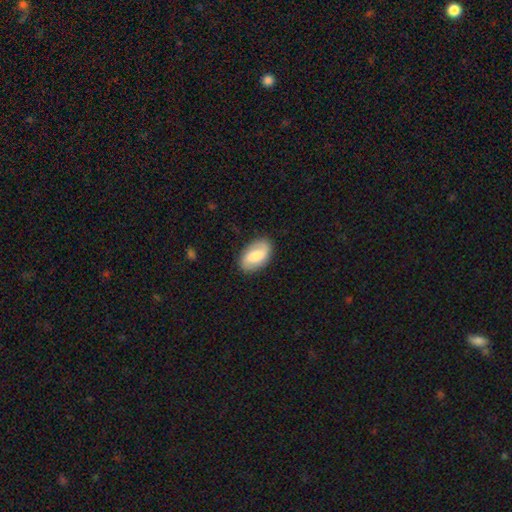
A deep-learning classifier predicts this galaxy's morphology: The model was most divided on "smooth or featured": smooth: 58%, featured or disk: 35%, star or artifact: 6%. More confident: how rounded — in between (94%); merging — none (85%).